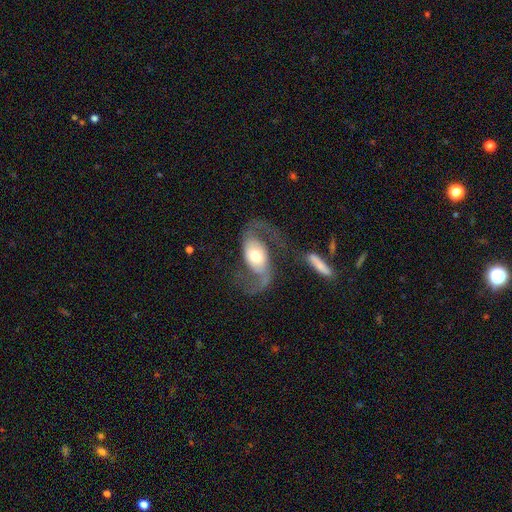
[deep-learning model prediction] Morphology: type=featured or disk (83%); edge-on=no (96%); bar=no (52%); spiral arms=yes (93%); winding=loose (69%); arm count=2 (91%); bulge=moderate (64%); merging=none (57%).